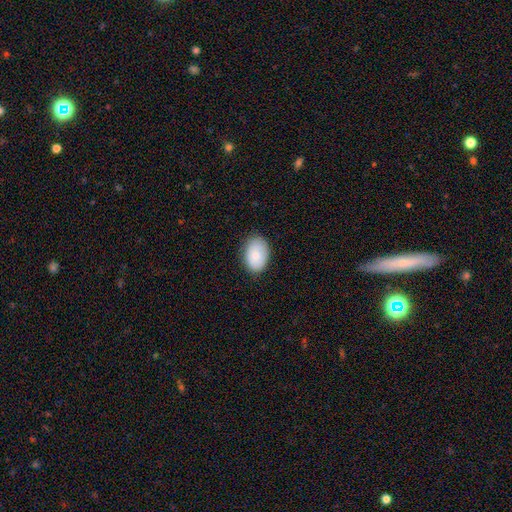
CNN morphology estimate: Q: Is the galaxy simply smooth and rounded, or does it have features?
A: smooth — 82%.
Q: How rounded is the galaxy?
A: in between — 88%.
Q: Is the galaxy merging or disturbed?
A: none — 83%.